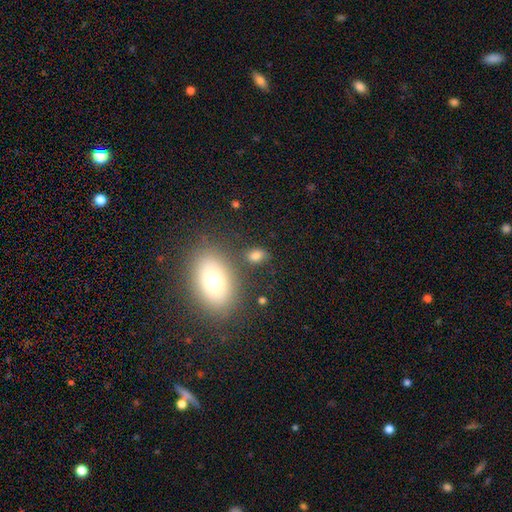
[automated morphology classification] Smooth or featured?
  - smooth: 79% *
  - star or artifact: 13%
  - featured or disk: 8%
How rounded?
  - in between: 79% *
  - round: 19%
  - cigar-shaped: 2%
Merging?
  - none: 73% *
  - minor disturbance: 13%
  - merger: 9%
  - major disturbance: 5%